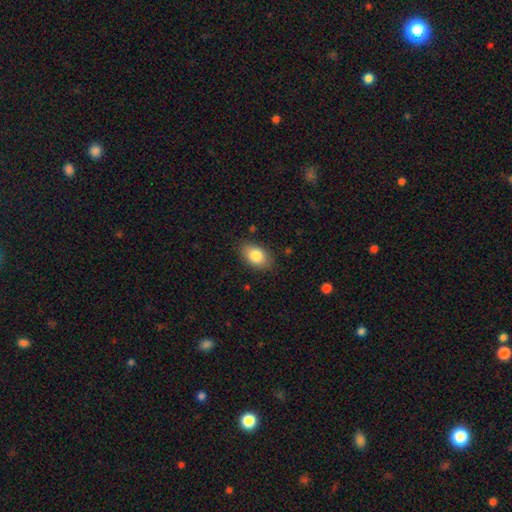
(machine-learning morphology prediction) Smooth or featured? smooth (84%)
How rounded? in between (86%)
Merging? none (83%)